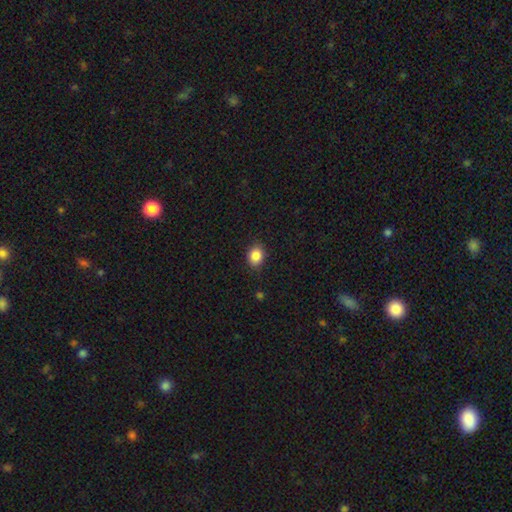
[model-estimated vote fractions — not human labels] Smooth or featured? Predicted: smooth (p=0.86). How rounded? Predicted: in between (p=0.52). Merging? Predicted: none (p=0.85).